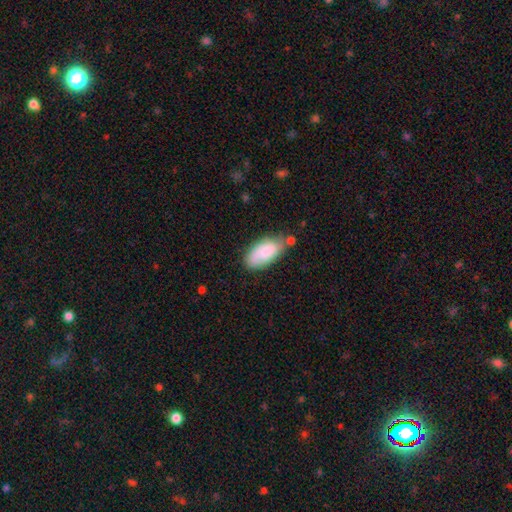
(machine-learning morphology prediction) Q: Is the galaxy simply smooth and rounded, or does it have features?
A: smooth — 75%.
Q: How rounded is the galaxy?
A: in between — 90%.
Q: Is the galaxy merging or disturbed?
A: none — 59%.